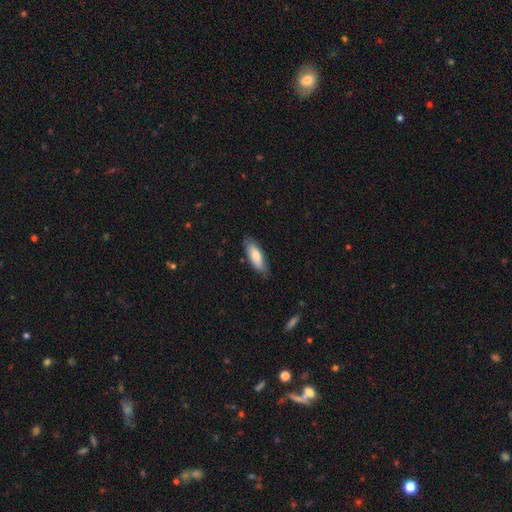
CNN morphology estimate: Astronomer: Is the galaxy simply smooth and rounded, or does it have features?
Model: smooth — 75%.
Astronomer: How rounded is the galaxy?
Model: in between — 69%.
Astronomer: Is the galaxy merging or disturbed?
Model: none — 78%.